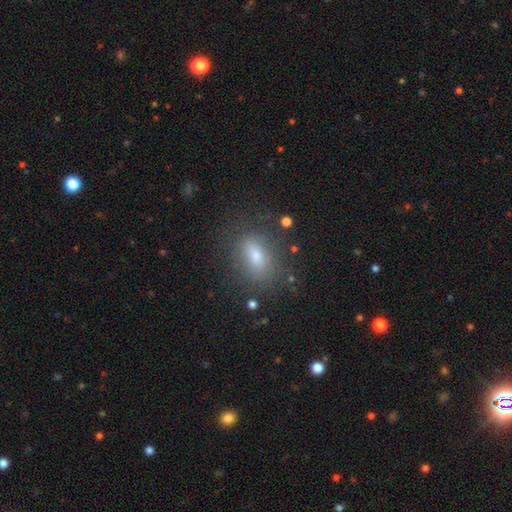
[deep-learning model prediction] Smooth or featured: smooth — 72% (featured or disk — 14%)
How rounded: in between — 78% (round — 15%)
Merging: none — 77% (minor disturbance — 14%)